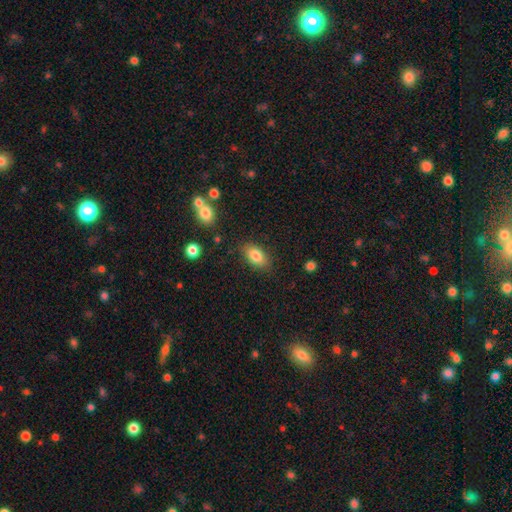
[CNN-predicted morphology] smooth_or_featured: smooth (p=0.82) [alt: featured or disk p=0.10]
how_rounded: in between (p=0.89) [alt: round p=0.07]
merging: none (p=0.83) [alt: minor disturbance p=0.12]